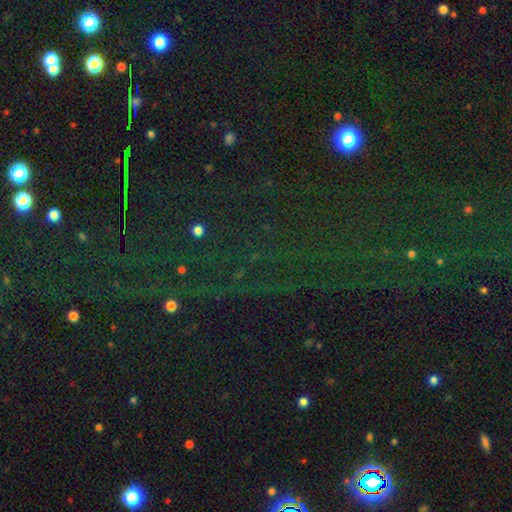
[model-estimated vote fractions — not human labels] Smooth or featured? Predicted: star or artifact (p=0.80).